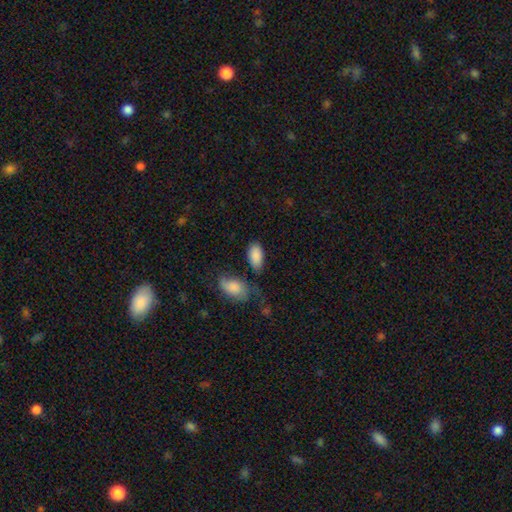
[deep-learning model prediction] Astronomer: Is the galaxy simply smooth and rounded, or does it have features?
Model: smooth — 88%.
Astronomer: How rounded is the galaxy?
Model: in between — 95%.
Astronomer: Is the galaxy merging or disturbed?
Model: none — 66%.